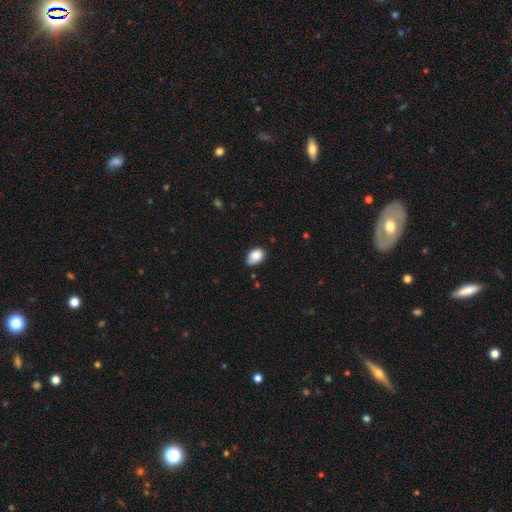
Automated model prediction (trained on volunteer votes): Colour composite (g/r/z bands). It shows a smooth galaxy with no disk features (87%) that is in between round and cigar-shaped (81%). Merging: none (66%).